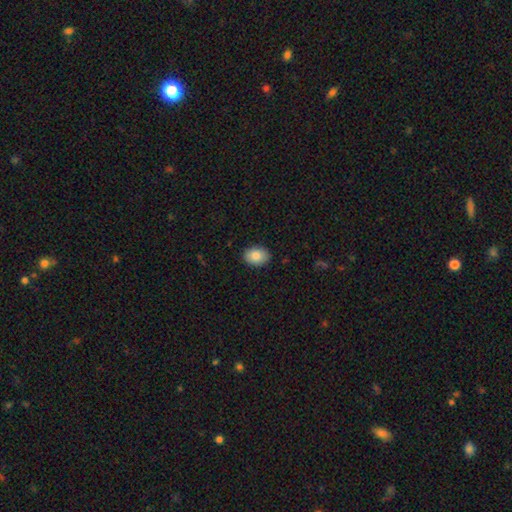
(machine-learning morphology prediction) A smooth galaxy with no disk features (86%) that is in between round and cigar-shaped (75%).

Vote fractions:
- Smooth or featured? smooth: 86% / star or artifact: 7% / featured or disk: 7%
- How rounded? in between: 75% / round: 24% / cigar-shaped: 1%
- Merging? none: 89% / minor disturbance: 8% / major disturbance: 2% / merger: 1%